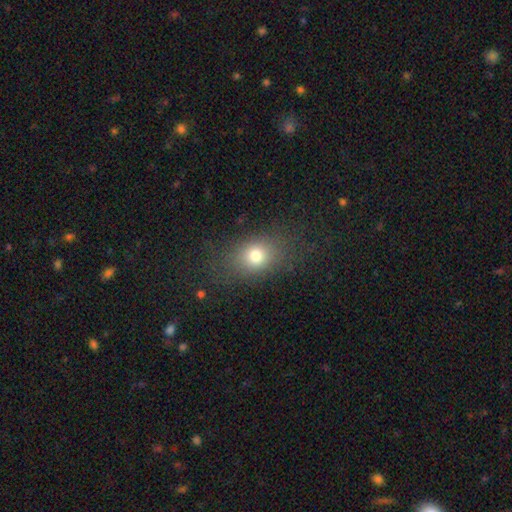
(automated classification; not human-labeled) A smooth galaxy with no disk features (75%) that is in between round and cigar-shaped (55%).

Vote fractions:
- Smooth or featured? smooth: 75% / star or artifact: 14% / featured or disk: 11%
- How rounded? in between: 55% / round: 44% / cigar-shaped: 2%
- Merging? none: 76% / minor disturbance: 13% / major disturbance: 10% / merger: 2%